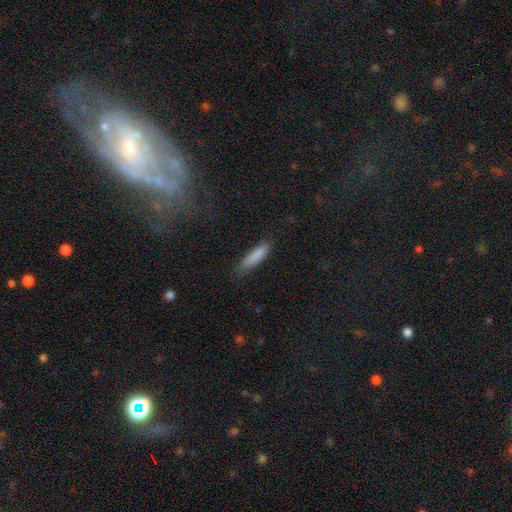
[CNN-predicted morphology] This is clearly a smooth galaxy (85%). How rounded: likely cigar-shaped (77%). Merging: likely none (78%).